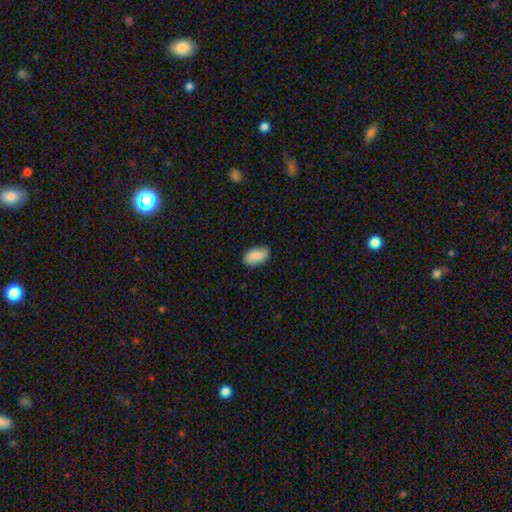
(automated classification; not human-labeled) Q: Smooth or featured?
A: smooth (86%); runner-up: featured or disk (7%)
Q: How rounded?
A: in between (94%); runner-up: round (4%)
Q: Merging?
A: none (86%); runner-up: minor disturbance (11%)